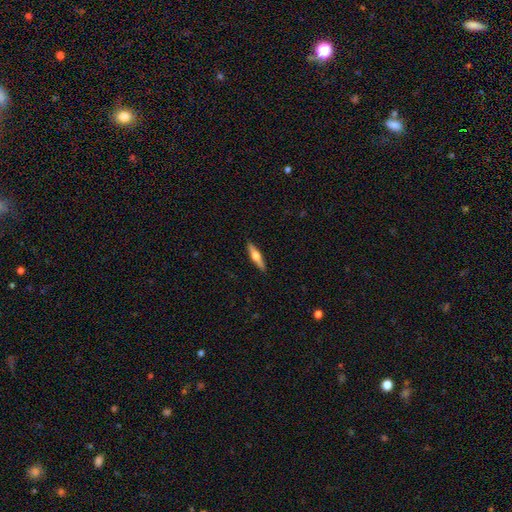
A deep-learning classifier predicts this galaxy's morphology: Smooth or featured: featured or disk — 57% (smooth — 37%)
Edge-on disk: yes — 96% (no — 4%)
Edge-on bulge: rounded — 93% (boxy — 4%)
Merging: none — 91% (minor disturbance — 7%)